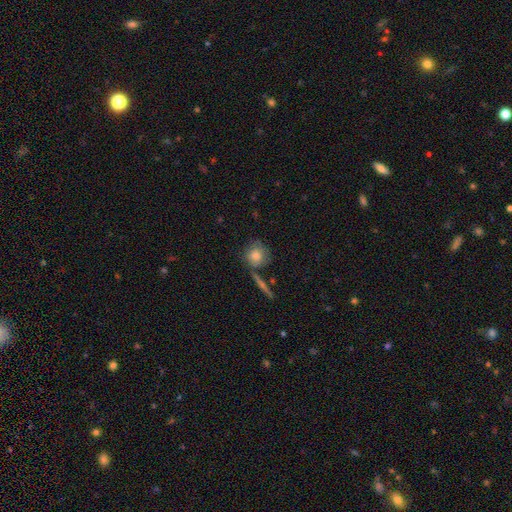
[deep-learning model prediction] smooth_or_featured: smooth (p=0.75) [alt: featured or disk p=0.16]
how_rounded: round (p=0.85) [alt: in between p=0.12]
merging: none (p=0.67) [alt: minor disturbance p=0.16]